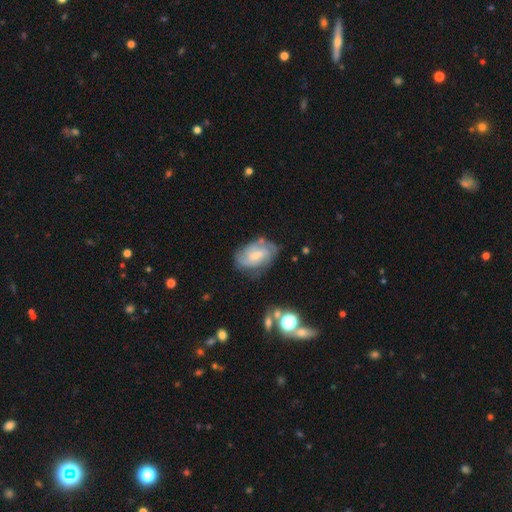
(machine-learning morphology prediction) A featured or disk galaxy (65%) with a weak bar (50%), tight (48%) spiral arms (85%) and a small central bulge (49%).

Vote fractions:
- Smooth or featured? featured or disk: 65% / smooth: 28% / star or artifact: 7%
- Edge-on disk? no: 96% / yes: 4%
- Bar? weak: 50% / no: 37% / strong: 12%
- Spiral arms? yes: 85% / no: 15%
- Spiral winding? tight: 48% / medium: 38% / loose: 14%
- Spiral arm count? can't tell: 39% / 2: 33% / 3: 16% / 4: 5% / 1: 4% / more than 4: 3%
- Bulge size? small: 49% / moderate: 39% / none: 7% / large: 4% / dominant: 1%
- Merging? none: 65% / minor disturbance: 23% / major disturbance: 8% / merger: 3%